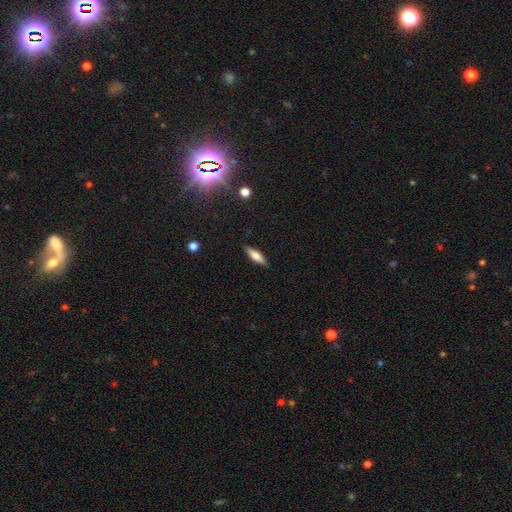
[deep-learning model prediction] Q: Smooth or featured?
A: smooth (63%); runner-up: featured or disk (30%)
Q: How rounded?
A: cigar-shaped (57%); runner-up: in between (41%)
Q: Merging?
A: none (87%); runner-up: minor disturbance (10%)